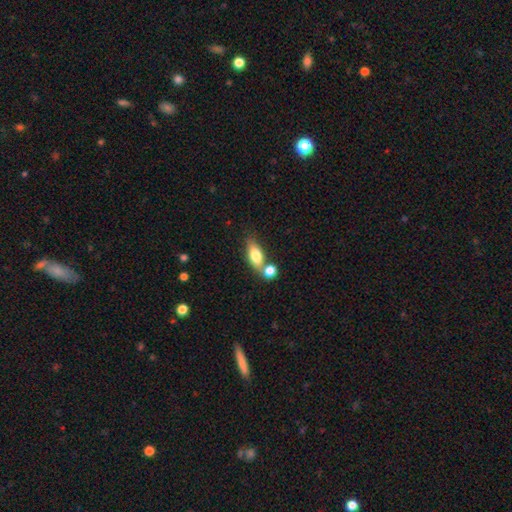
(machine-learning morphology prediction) Smooth or featured? smooth (76%)
How rounded? in between (78%)
Merging? none (47%)